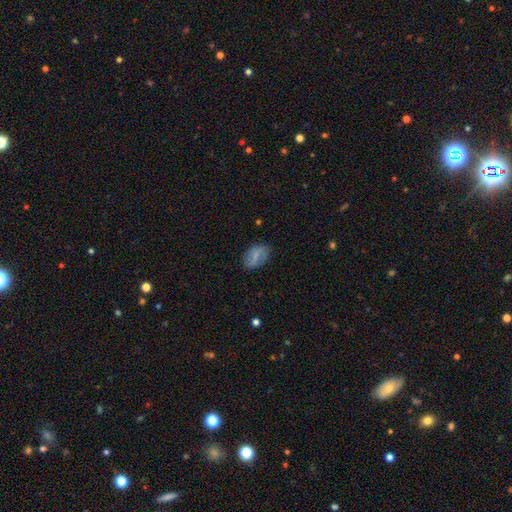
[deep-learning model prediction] This appears to be a smooth galaxy with no disk features (57%) that is in between round and cigar-shaped (87%). Merging: none (77%).